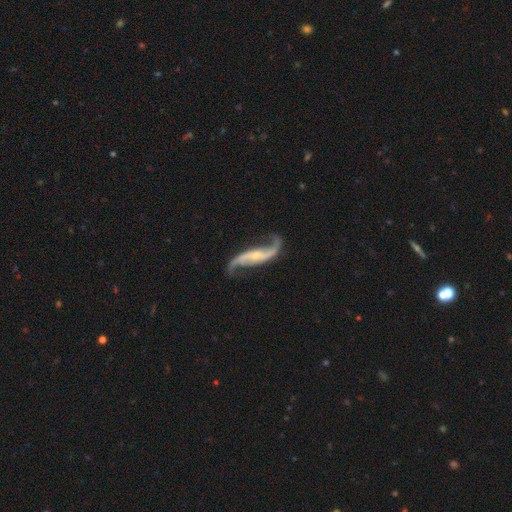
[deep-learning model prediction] Smooth or featured? Predicted: featured or disk (p=0.91). Edge-on disk? Predicted: no (p=0.93). Bar? Predicted: no (p=0.41). Spiral arms? Predicted: yes (p=0.97). Spiral winding? Predicted: loose (p=0.85). Spiral arm count? Predicted: 2 (p=0.94). Bulge size? Predicted: small (p=0.71). Merging? Predicted: none (p=0.74).